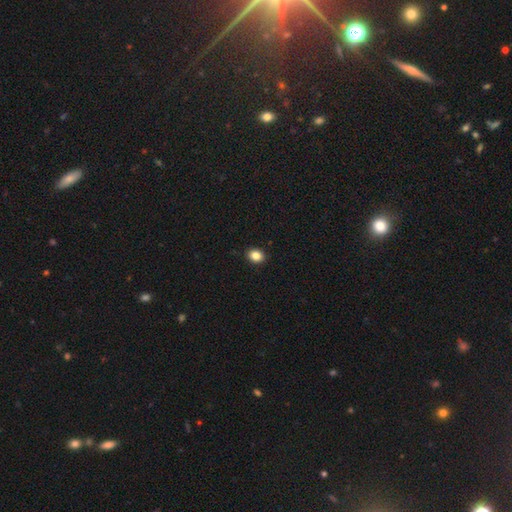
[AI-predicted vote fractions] Smooth or featured: smooth — 85% (star or artifact — 10%)
How rounded: in between — 52% (round — 48%)
Merging: none — 91% (minor disturbance — 7%)